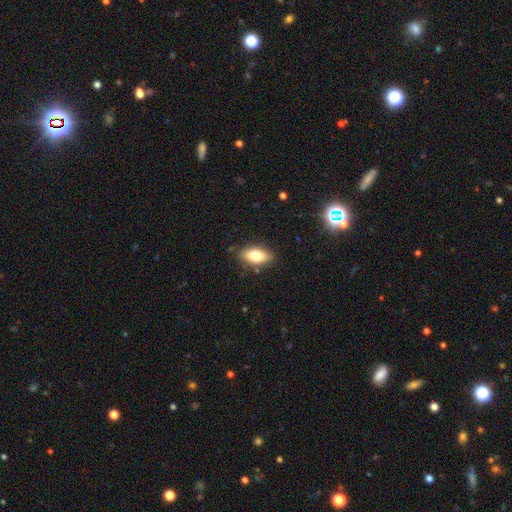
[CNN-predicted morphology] Smooth or featured: smooth — 77% (featured or disk — 15%)
How rounded: in between — 86% (cigar-shaped — 9%)
Merging: none — 83% (minor disturbance — 13%)